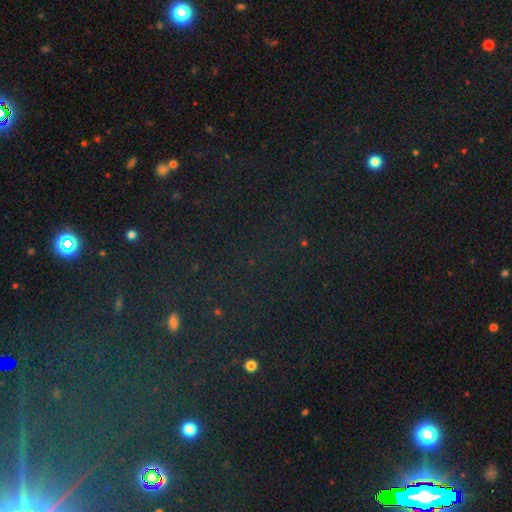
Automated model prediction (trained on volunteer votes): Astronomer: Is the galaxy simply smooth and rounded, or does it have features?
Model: star or artifact — 78%.